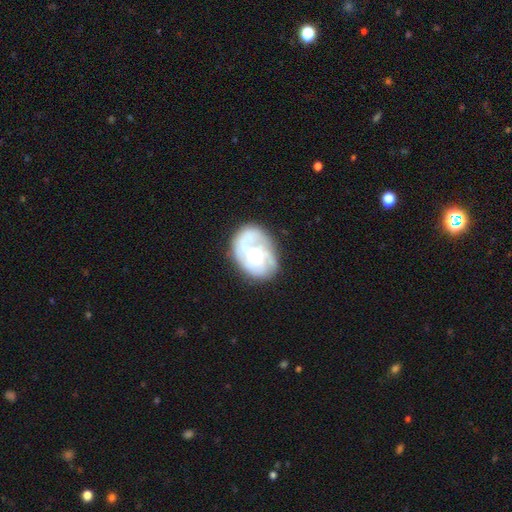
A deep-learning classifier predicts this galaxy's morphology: featured or disk 70%, smooth 24%, star or artifact 6%. Down the decision tree: edge-on disk — no (97%); bar — no (65%); spiral arms — yes (75%); spiral arm count — can't tell (35%); spiral winding — tight (43%); bulge size — moderate (56%); merging — none (58%).